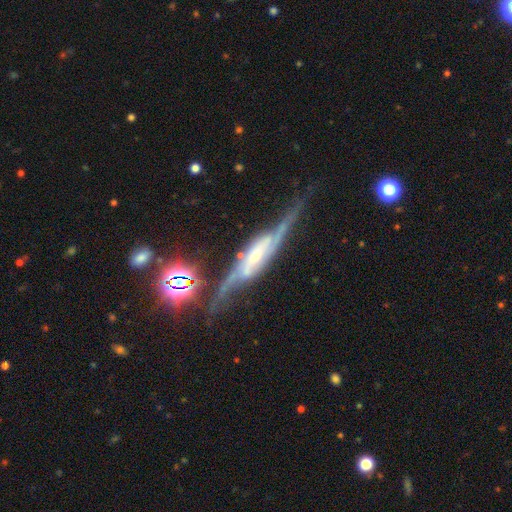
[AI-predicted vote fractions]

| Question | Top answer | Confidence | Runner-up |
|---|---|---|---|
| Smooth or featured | featured or disk | 85% | smooth (8%) |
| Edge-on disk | yes | 51% | no (49%) |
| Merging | none | 56% | minor disturbance (22%) |